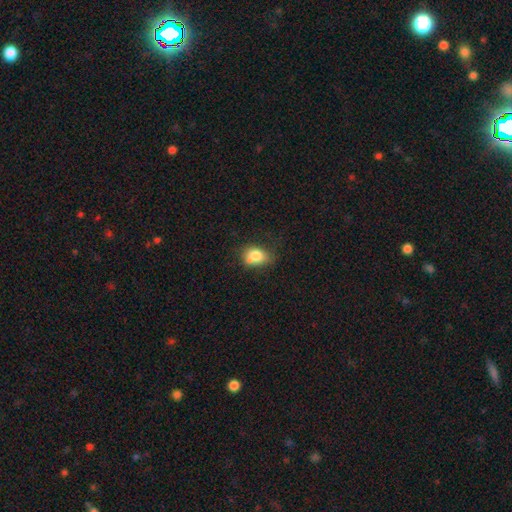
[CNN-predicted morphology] A smooth galaxy with no disk features (78%) that is in between round and cigar-shaped (63%). Merging: none (47%).